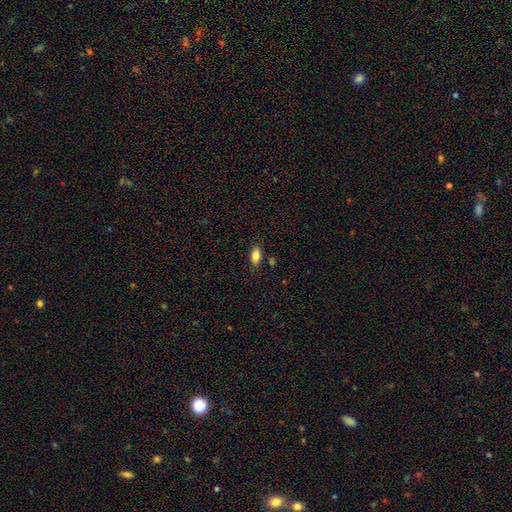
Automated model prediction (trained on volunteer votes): Morphology: type=smooth (82%); roundness=in between (89%); merging=none (81%).